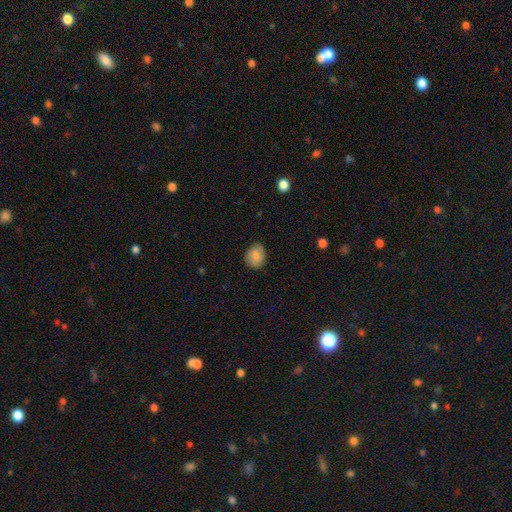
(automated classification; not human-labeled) A smooth galaxy with no disk features (80%) that is in between round and cigar-shaped (52%).

Vote fractions:
- Smooth or featured? smooth: 80% / featured or disk: 13% / star or artifact: 7%
- How rounded? in between: 52% / round: 47% / cigar-shaped: 1%
- Merging? none: 77% / minor disturbance: 19% / major disturbance: 4% / merger: 1%